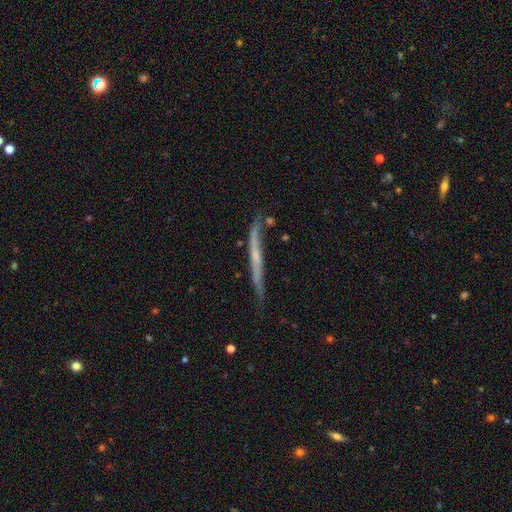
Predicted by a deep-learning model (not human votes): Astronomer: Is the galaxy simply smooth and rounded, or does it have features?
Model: featured or disk — 66%.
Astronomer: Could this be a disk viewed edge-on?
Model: yes — 95%.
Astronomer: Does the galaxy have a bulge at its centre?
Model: none — 62%.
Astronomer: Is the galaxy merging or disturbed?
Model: none — 72%.